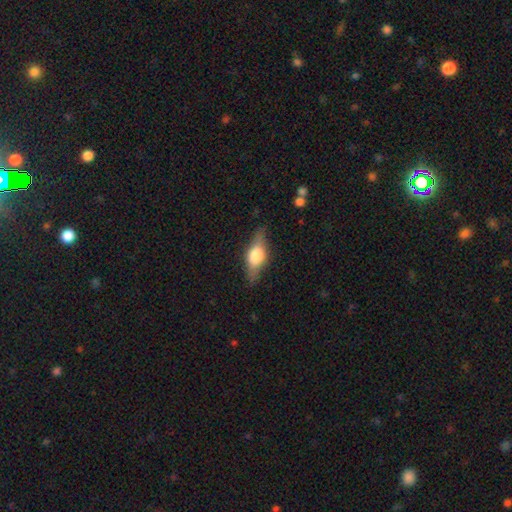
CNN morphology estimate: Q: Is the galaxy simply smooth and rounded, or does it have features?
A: featured or disk — 49%.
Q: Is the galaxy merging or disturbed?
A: none — 79%.